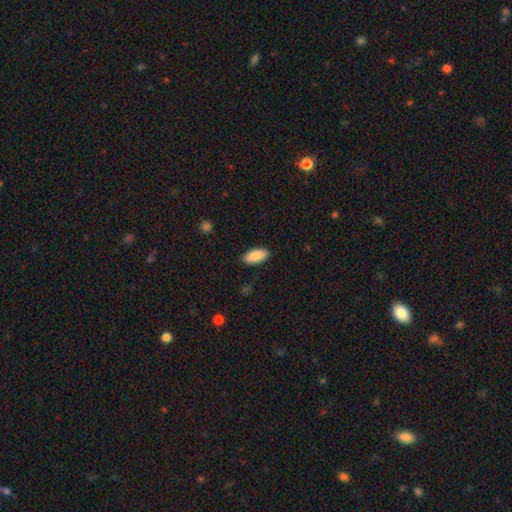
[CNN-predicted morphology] Smooth or featured?
  - smooth: 88% *
  - star or artifact: 6%
  - featured or disk: 6%
How rounded?
  - in between: 91% *
  - cigar-shaped: 7%
  - round: 2%
Merging?
  - none: 88% *
  - minor disturbance: 9%
  - major disturbance: 2%
  - merger: 1%